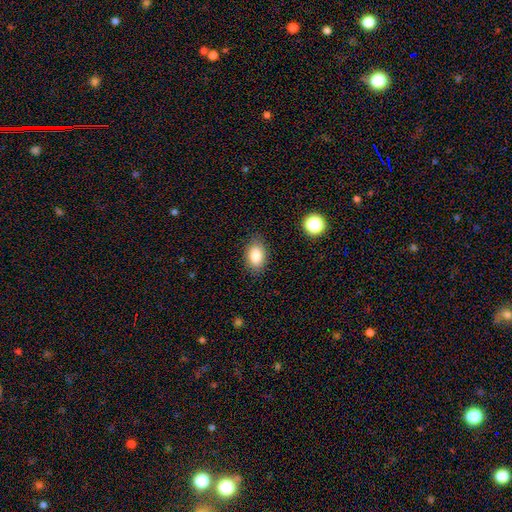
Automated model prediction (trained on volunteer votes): smooth_or_featured: smooth (p=0.84) [alt: star or artifact p=0.09]
how_rounded: in between (p=0.87) [alt: round p=0.12]
merging: none (p=0.84) [alt: minor disturbance p=0.12]